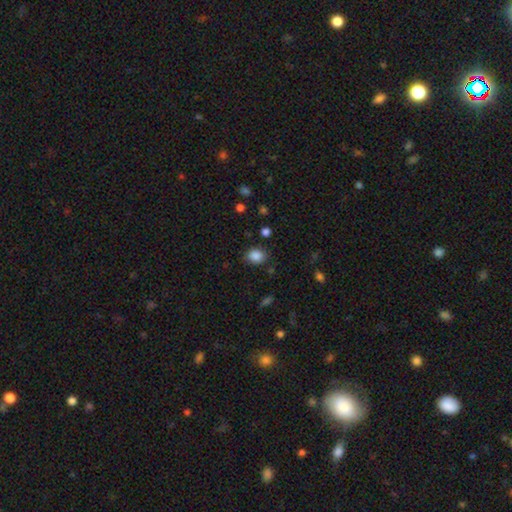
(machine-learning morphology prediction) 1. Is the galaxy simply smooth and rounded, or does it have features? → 86% smooth, 10% star or artifact, 4% featured or disk.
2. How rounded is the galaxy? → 51% round, 48% in between, 1% cigar-shaped.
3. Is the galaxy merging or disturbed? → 80% none, 14% minor disturbance, 4% major disturbance, 2% merger.